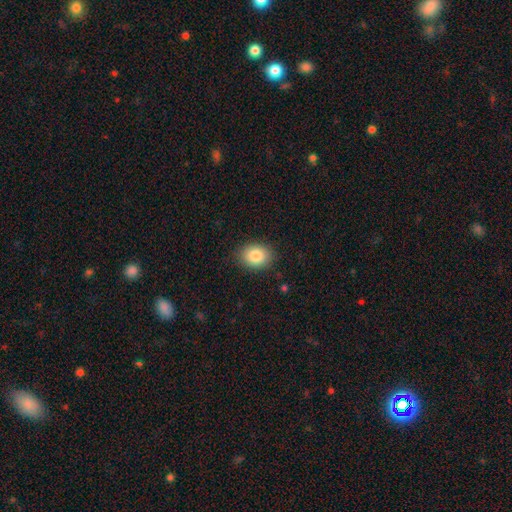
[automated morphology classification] Smooth or featured: smooth — 85% (star or artifact — 8%)
How rounded: in between — 63% (round — 36%)
Merging: none — 87% (minor disturbance — 10%)